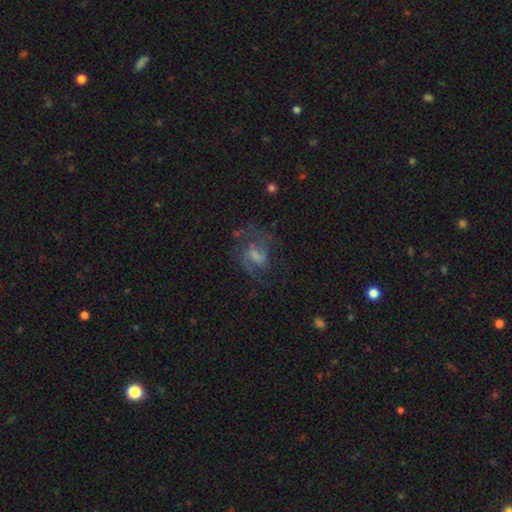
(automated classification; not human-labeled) Q: Smooth or featured?
A: featured or disk (67%); runner-up: smooth (19%)
Q: Edge-on disk?
A: no (97%); runner-up: yes (3%)
Q: Bar?
A: weak (51%); runner-up: no (30%)
Q: Spiral arms?
A: yes (84%); runner-up: no (16%)
Q: Spiral winding?
A: medium (49%); runner-up: loose (30%)
Q: Spiral arm count?
A: 2 (55%); runner-up: can't tell (22%)
Q: Bulge size?
A: small (31%); runner-up: moderate (30%)
Q: Merging?
A: none (54%); runner-up: major disturbance (24%)